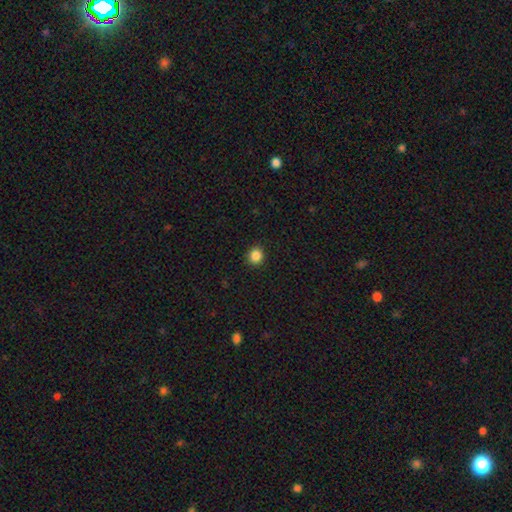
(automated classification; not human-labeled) Overall: smooth (86%). How rounded: round (85%). Merging: none (91%).